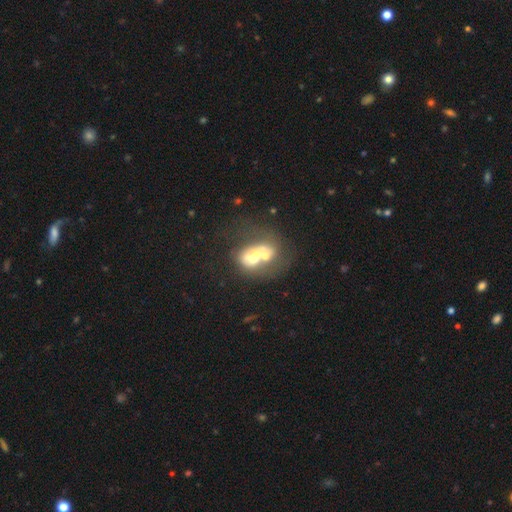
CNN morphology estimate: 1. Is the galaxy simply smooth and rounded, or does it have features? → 50% featured or disk, 38% smooth, 13% star or artifact.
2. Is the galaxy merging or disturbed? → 60% merger, 16% none, 15% major disturbance, 9% minor disturbance.